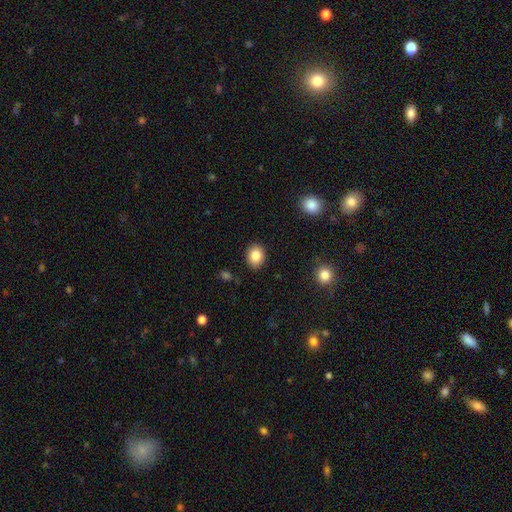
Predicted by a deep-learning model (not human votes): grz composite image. It shows a smooth galaxy with no disk features (85%) that is in between round and cigar-shaped (50%). Merging: none (89%).